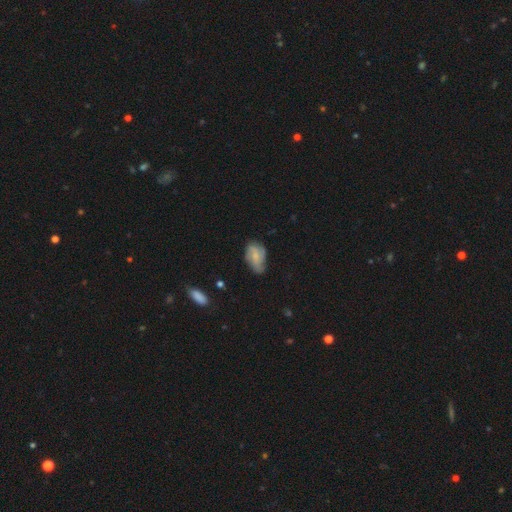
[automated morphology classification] featured or disk 47%, smooth 45%, star or artifact 8%. Down the decision tree: merging — none (57%).